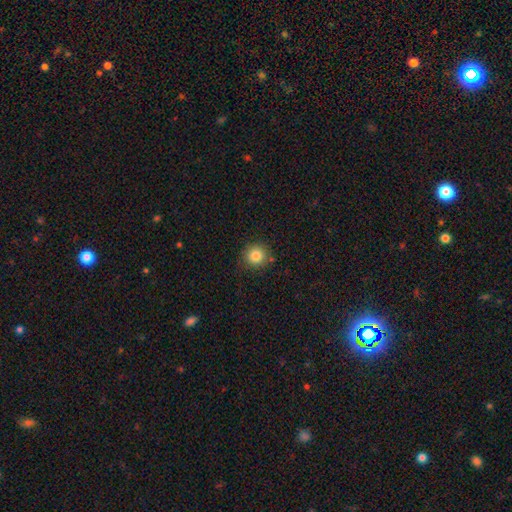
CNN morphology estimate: Smooth or featured? smooth (83%)
How rounded? round (92%)
Merging? none (86%)